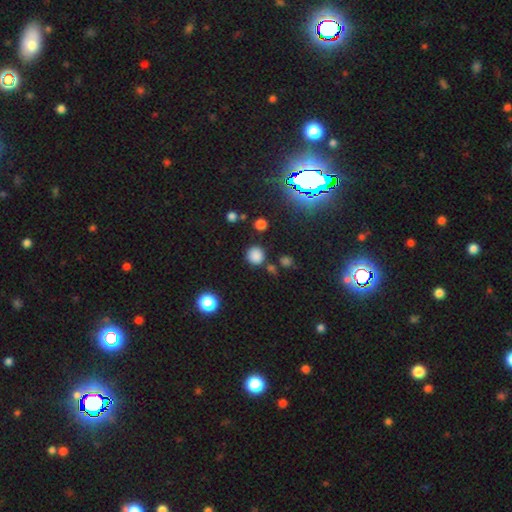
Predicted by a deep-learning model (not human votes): This is likely a smooth galaxy (80%). How rounded: clearly round (90%). Merging: clearly none (82%).